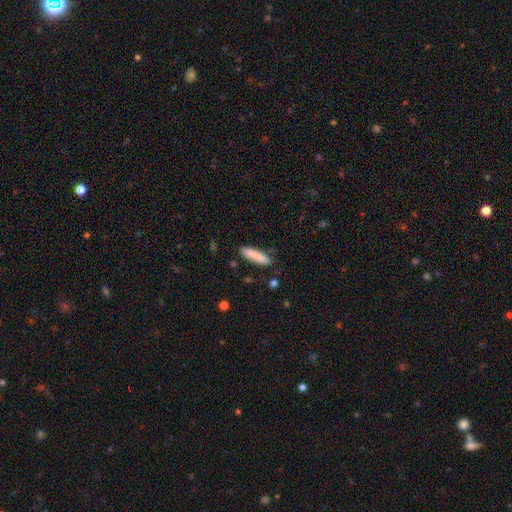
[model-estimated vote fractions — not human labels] smooth 86%, featured or disk 7%, star or artifact 6%. Down the decision tree: how rounded — cigar-shaped (75%); merging — none (84%).